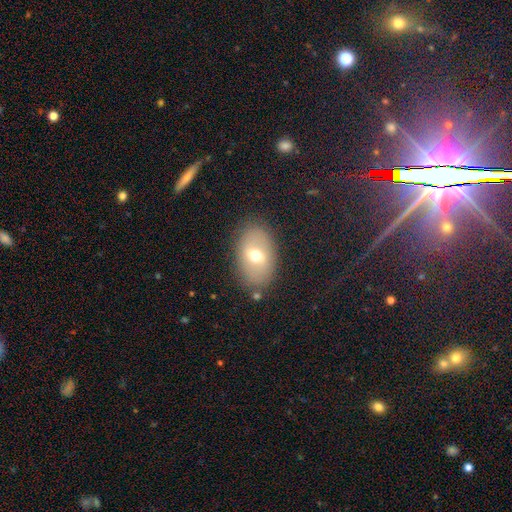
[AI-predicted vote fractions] Smooth or featured? Predicted: smooth (p=0.60). How rounded? Predicted: in between (p=0.85). Merging? Predicted: none (p=0.82).